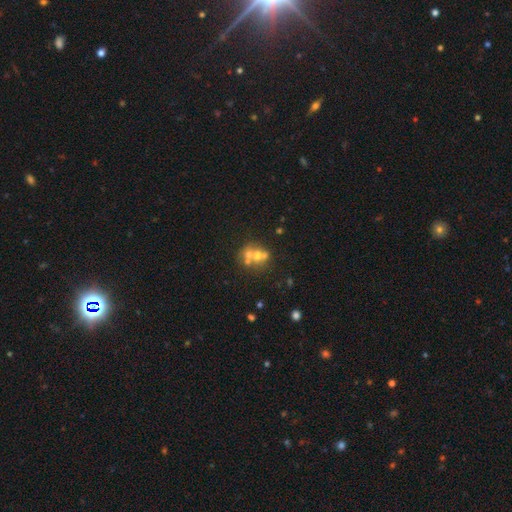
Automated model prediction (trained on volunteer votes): smooth 48%, featured or disk 35%, star or artifact 16%. Down the decision tree: merging — merger (52%).